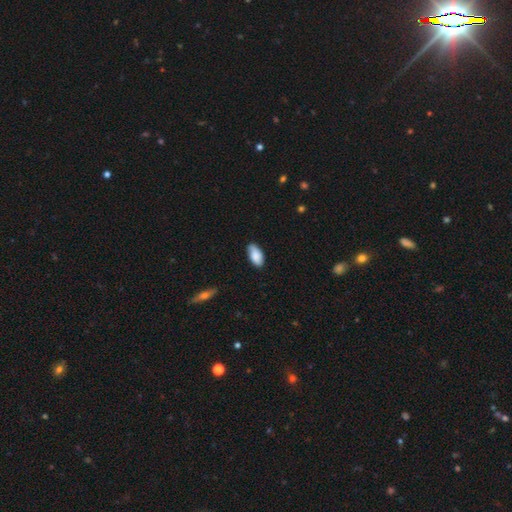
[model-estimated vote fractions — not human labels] Morphology: type=smooth (85%); roundness=in between (93%); merging=none (74%).